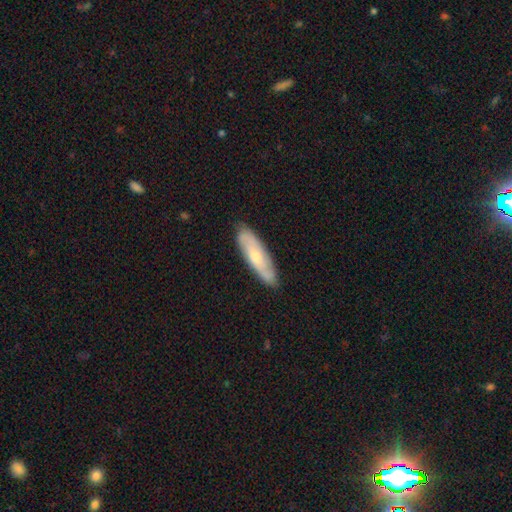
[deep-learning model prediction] This appears to be a featured or disk galaxy (50%). Merging: none (85%).